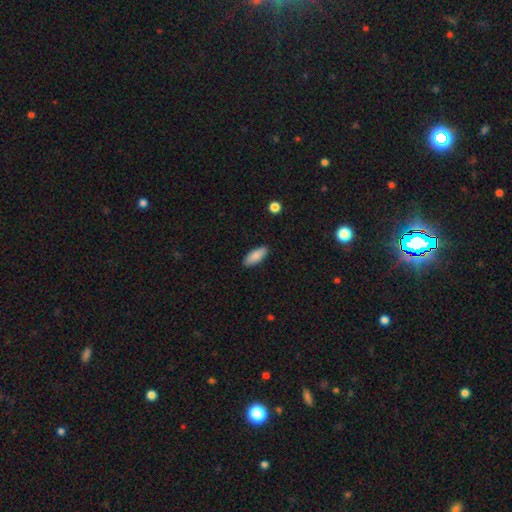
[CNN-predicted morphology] Smooth or featured? smooth (87%)
How rounded? in between (78%)
Merging? none (89%)